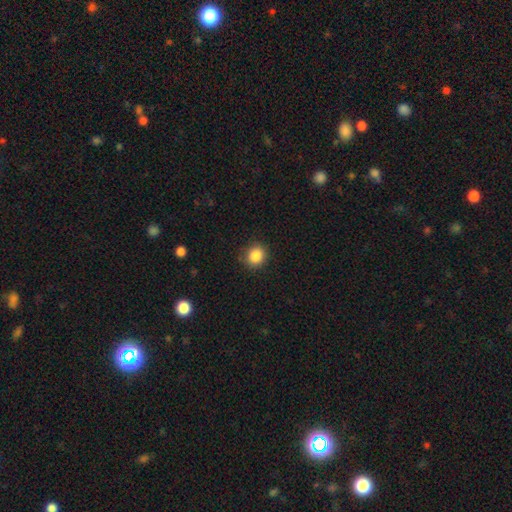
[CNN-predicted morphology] Smooth or featured? smooth (87%)
How rounded? round (80%)
Merging? none (86%)